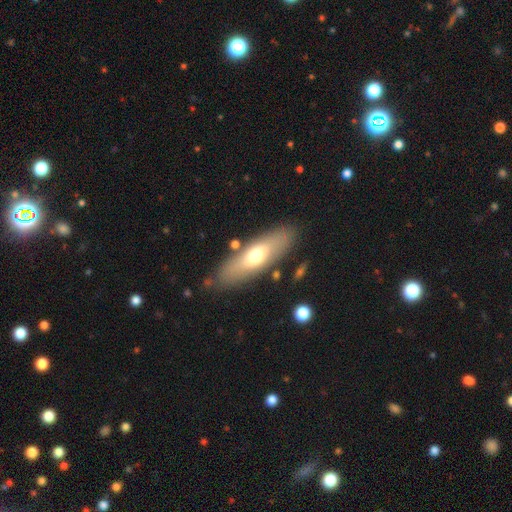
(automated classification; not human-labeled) smooth_or_featured: smooth (p=0.58) [alt: featured or disk p=0.36]
how_rounded: in between (p=0.60) [alt: cigar-shaped p=0.37]
merging: none (p=0.82) [alt: minor disturbance p=0.11]